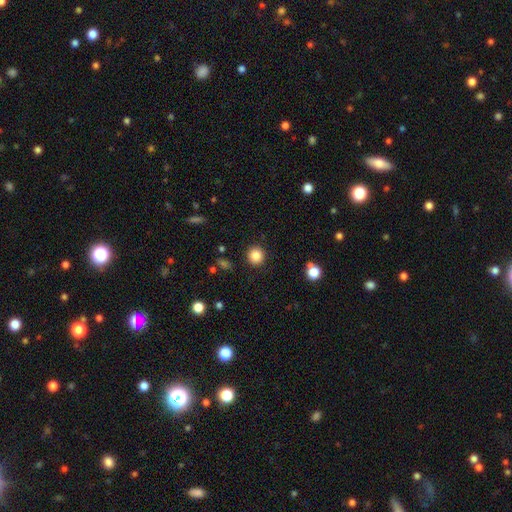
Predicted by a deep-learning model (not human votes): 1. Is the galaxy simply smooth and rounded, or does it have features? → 85% smooth, 10% star or artifact, 5% featured or disk.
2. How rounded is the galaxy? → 93% round, 6% in between, 1% cigar-shaped.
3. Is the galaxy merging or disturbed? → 91% none, 5% minor disturbance, 2% major disturbance, 1% merger.